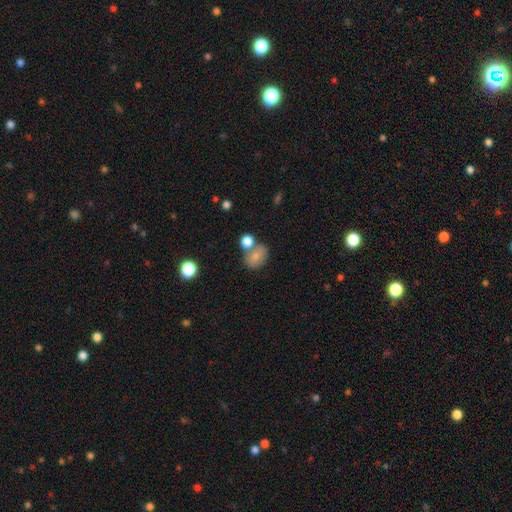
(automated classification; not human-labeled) smooth 77%, featured or disk 12%, star or artifact 10%. Down the decision tree: how rounded — in between (52%); merging — none (51%).